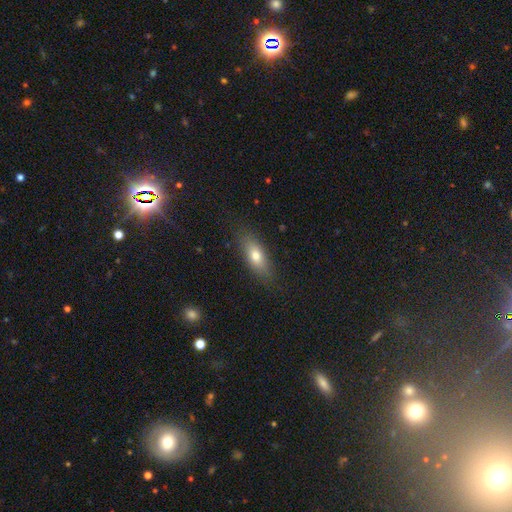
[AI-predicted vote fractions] A smooth galaxy with no disk features (74%) that is in between round and cigar-shaped (72%). Merging: none (83%).